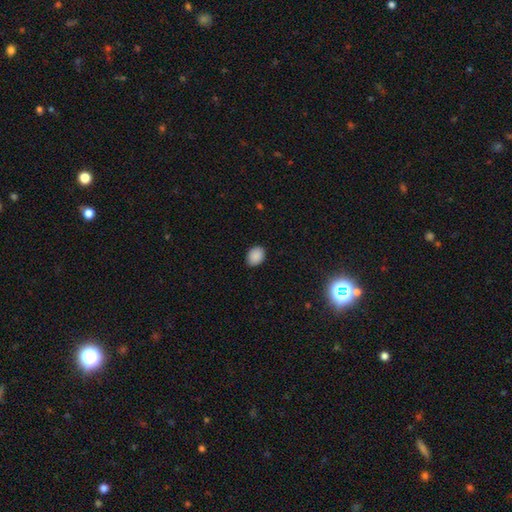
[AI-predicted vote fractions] The model was most divided on "how rounded": in between: 71%, round: 28%, cigar-shaped: 1%. More confident: smooth or featured — smooth (89%); merging — none (88%).